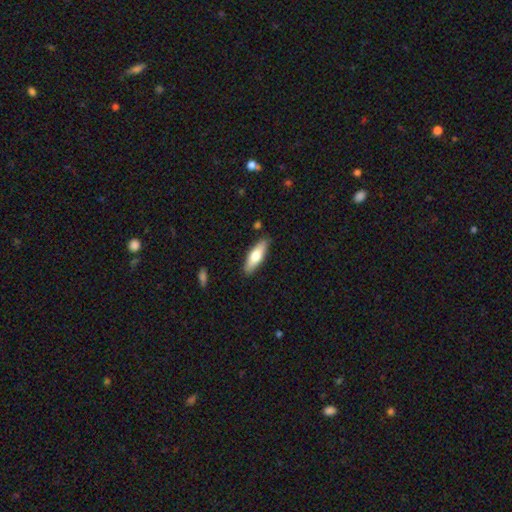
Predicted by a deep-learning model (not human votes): Overall: smooth (62%; featured or disk 33%). How rounded: cigar-shaped (50%; in between 48%). Merging: none (87%).